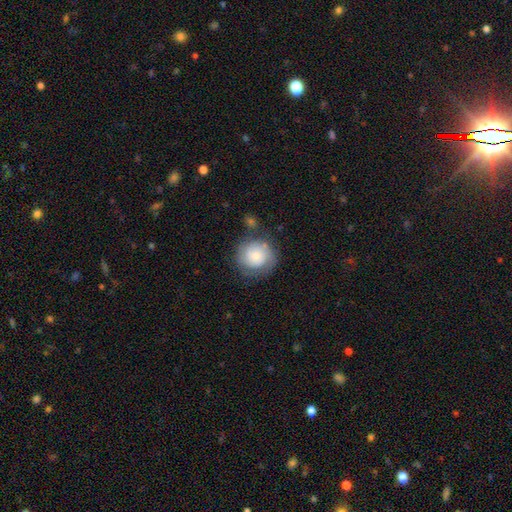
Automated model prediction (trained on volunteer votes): Smooth or featured? smooth (64%)
How rounded? round (89%)
Merging? none (64%)